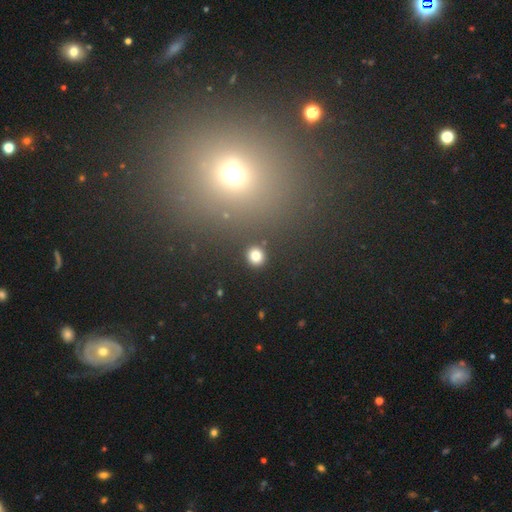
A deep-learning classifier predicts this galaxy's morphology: smooth 80%, star or artifact 14%, featured or disk 5%. Down the decision tree: how rounded — round (88%); merging — none (90%).